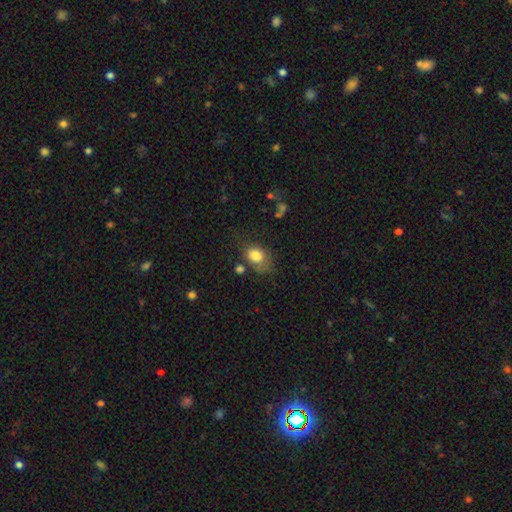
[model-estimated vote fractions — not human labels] A smooth galaxy with no disk features (81%) that is in between round and cigar-shaped (71%). Merging: none (48%).